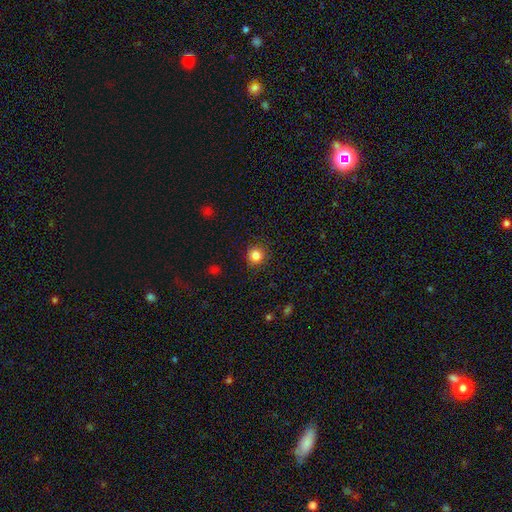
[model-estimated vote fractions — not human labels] This is clearly a smooth galaxy (84%). How rounded: clearly round (91%). Merging: clearly none (90%).